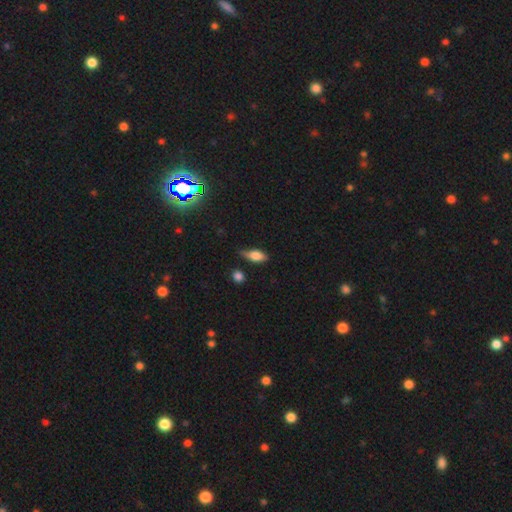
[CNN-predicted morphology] type=smooth (75%); roundness=in between (80%); merging=none (60%).